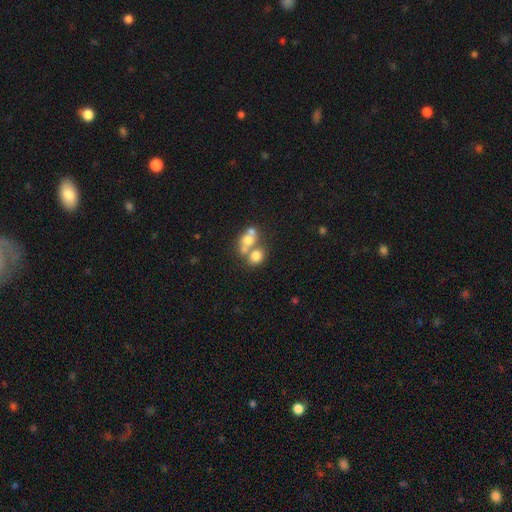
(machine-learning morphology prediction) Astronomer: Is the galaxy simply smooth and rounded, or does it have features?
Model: smooth — 65%.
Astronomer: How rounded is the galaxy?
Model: round — 56% (runner-up: in between, 43%).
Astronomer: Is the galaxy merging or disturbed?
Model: merger — 54% (runner-up: none, 32%).